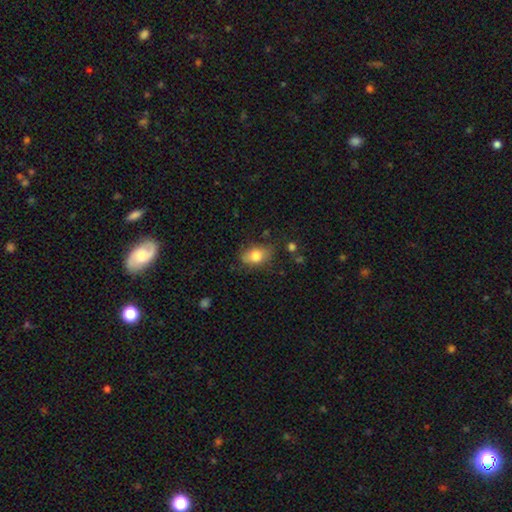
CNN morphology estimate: smooth_or_featured: smooth (p=0.78) [alt: featured or disk p=0.14]
how_rounded: in between (p=0.79) [alt: round p=0.18]
merging: none (p=0.67) [alt: minor disturbance p=0.24]